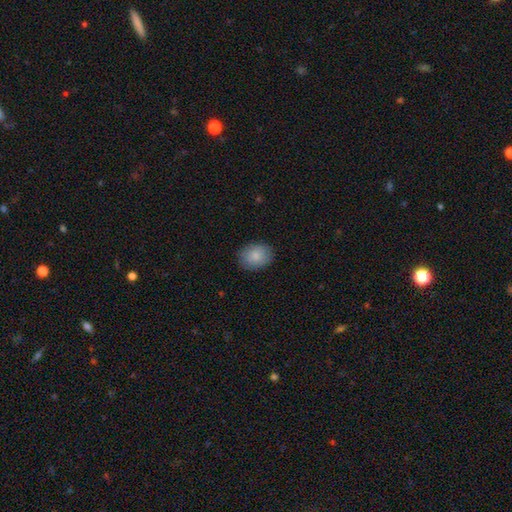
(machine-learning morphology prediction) Smooth or featured?
  - smooth: 86% *
  - featured or disk: 7%
  - star or artifact: 7%
How rounded?
  - in between: 61% *
  - round: 38%
  - cigar-shaped: 1%
Merging?
  - none: 86% *
  - minor disturbance: 11%
  - major disturbance: 3%
  - merger: 1%